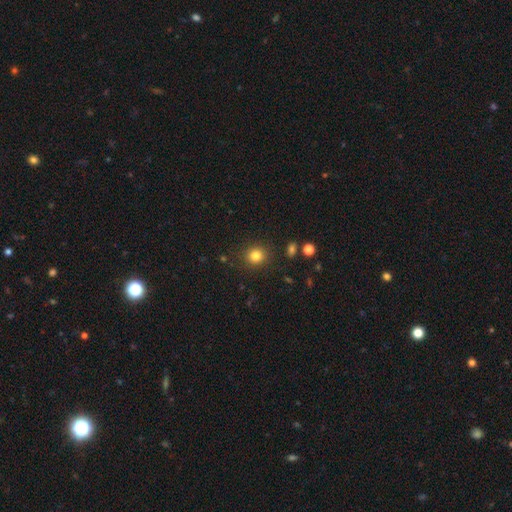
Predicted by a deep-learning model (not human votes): The model was most divided on "how rounded": round: 85%, in between: 14%, cigar-shaped: 1%. More confident: merging — none (88%); smooth or featured — smooth (83%).